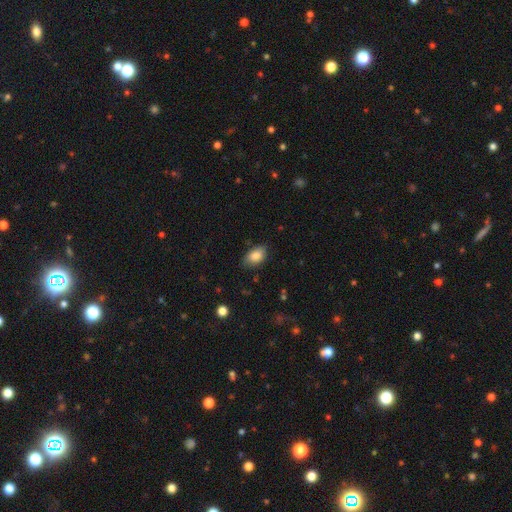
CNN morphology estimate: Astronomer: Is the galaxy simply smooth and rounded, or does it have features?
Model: smooth — 84%.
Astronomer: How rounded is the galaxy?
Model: in between — 89%.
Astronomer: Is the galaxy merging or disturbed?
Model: none — 76%.